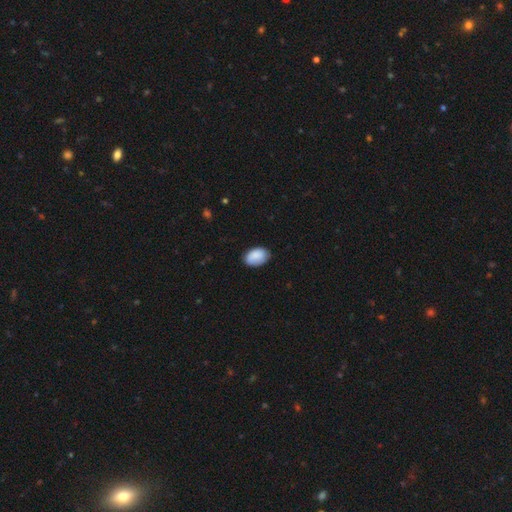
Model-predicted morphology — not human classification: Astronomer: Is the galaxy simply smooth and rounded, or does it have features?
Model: smooth — 86%.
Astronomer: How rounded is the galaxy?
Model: in between — 89%.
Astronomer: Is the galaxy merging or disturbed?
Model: none — 77%.